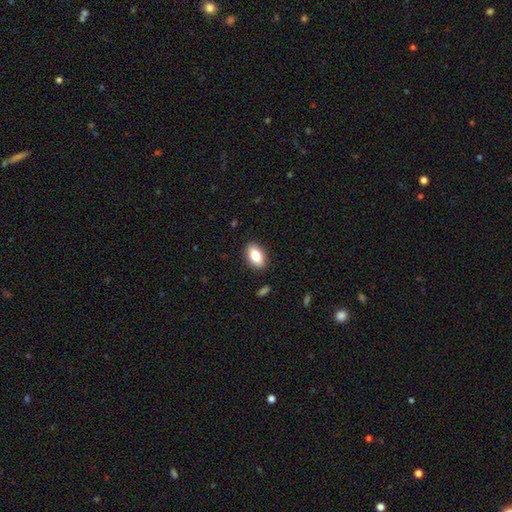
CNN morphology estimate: smooth_or_featured: smooth (p=0.80) [alt: featured or disk p=0.13]
how_rounded: in between (p=0.89) [alt: round p=0.07]
merging: none (p=0.87) [alt: minor disturbance p=0.09]